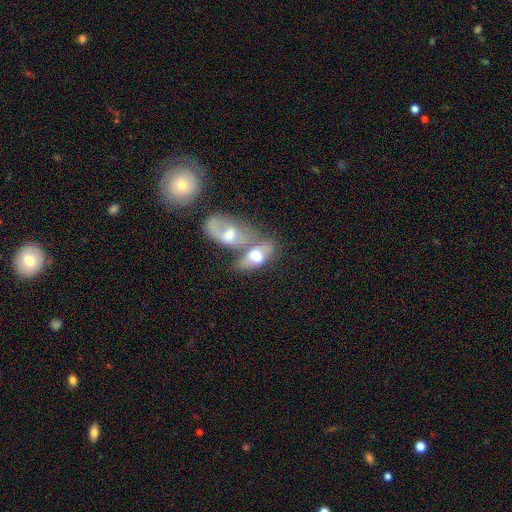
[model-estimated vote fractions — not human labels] This appears to be a smooth galaxy with no disk features (50%). Merging: merger (65%).